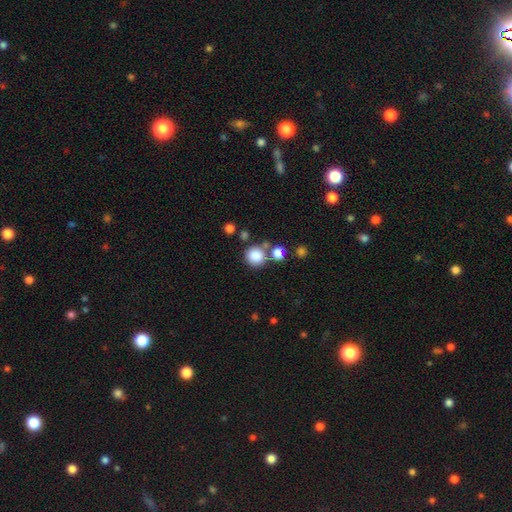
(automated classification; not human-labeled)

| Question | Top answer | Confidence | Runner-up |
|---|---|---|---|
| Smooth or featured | smooth | 83% | star or artifact (11%) |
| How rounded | round | 89% | in between (10%) |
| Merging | none | 63% | merger (22%) |